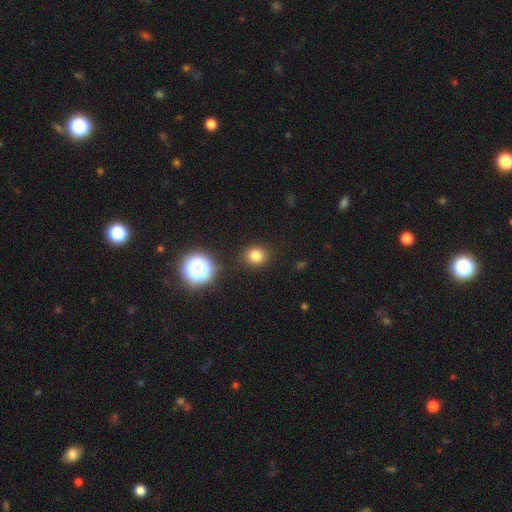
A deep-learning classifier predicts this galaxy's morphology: A smooth galaxy with no disk features (79%) that is round (79%). Merging: none (89%).